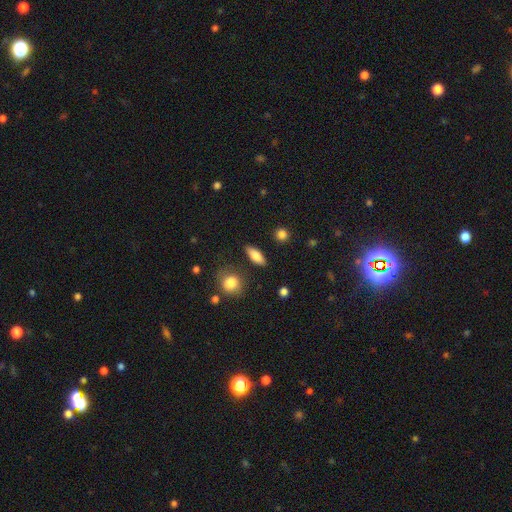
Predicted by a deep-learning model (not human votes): Smooth or featured? Predicted: smooth (p=0.79). How rounded? Predicted: in between (p=0.66). Merging? Predicted: none (p=0.86).